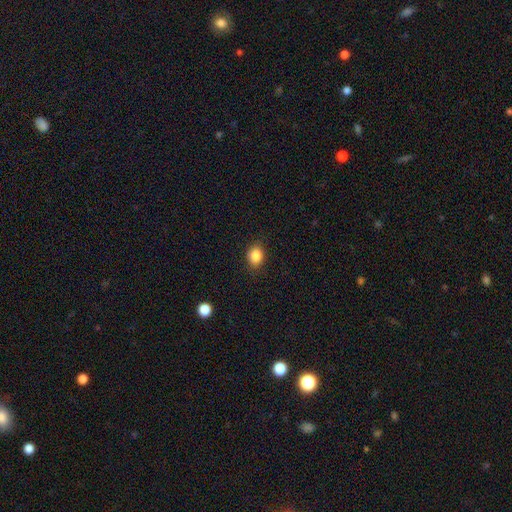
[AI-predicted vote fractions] Smooth or featured?
  - smooth: 86% *
  - star or artifact: 9%
  - featured or disk: 4%
How rounded?
  - in between: 57% *
  - round: 42%
  - cigar-shaped: 1%
Merging?
  - none: 87% *
  - minor disturbance: 10%
  - major disturbance: 2%
  - merger: 1%